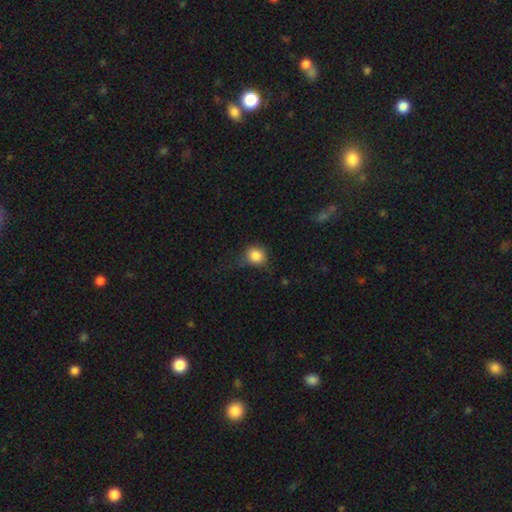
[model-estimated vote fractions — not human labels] Smooth or featured? Predicted: smooth (p=0.84). How rounded? Predicted: round (p=0.78). Merging? Predicted: none (p=0.59).